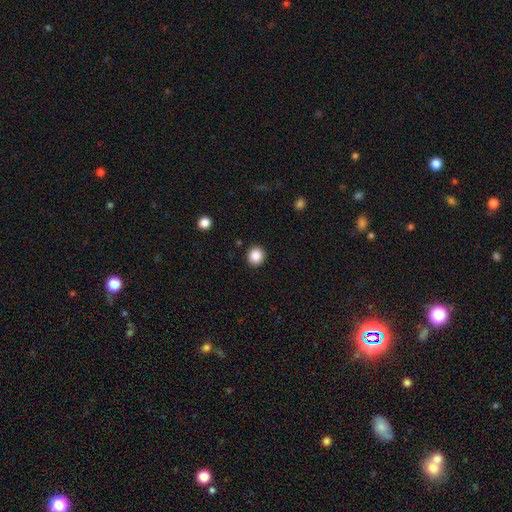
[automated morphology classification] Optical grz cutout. It shows a smooth galaxy with no disk features (87%) that is round (91%). Merging: none (91%).